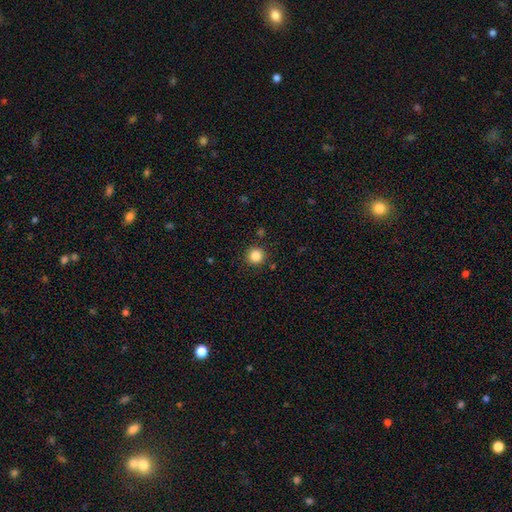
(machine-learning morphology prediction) smooth 85%, star or artifact 11%, featured or disk 4%. Down the decision tree: how rounded — round (95%); merging — none (90%).